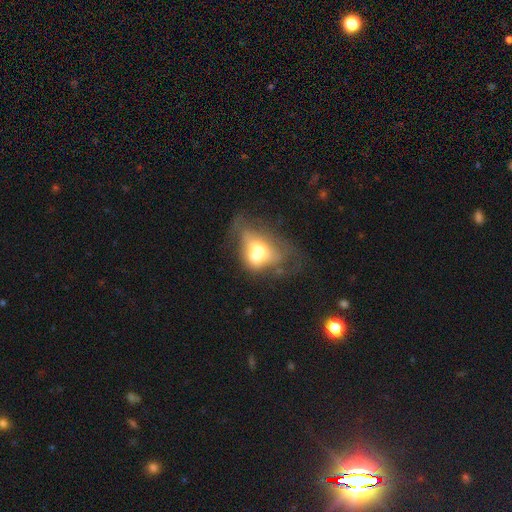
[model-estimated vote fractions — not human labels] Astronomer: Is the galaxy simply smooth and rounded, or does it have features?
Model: smooth — 50% (runner-up: featured or disk, 39%).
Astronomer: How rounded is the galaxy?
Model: in between — 69%.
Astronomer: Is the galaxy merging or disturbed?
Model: merger — 54%.